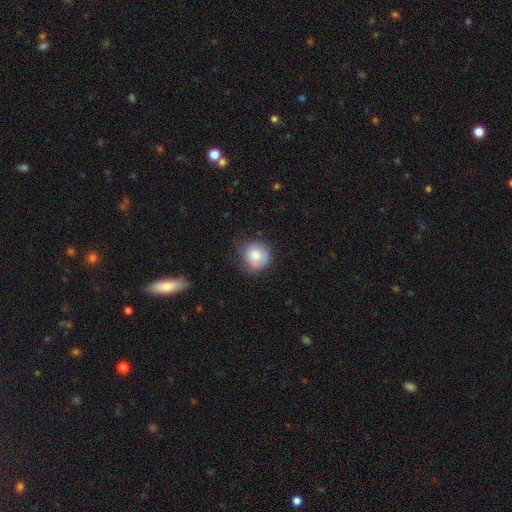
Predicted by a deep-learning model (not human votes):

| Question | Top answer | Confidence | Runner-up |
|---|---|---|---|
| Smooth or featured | smooth | 80% | featured or disk (12%) |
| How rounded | round | 89% | in between (10%) |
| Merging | none | 66% | minor disturbance (26%) |